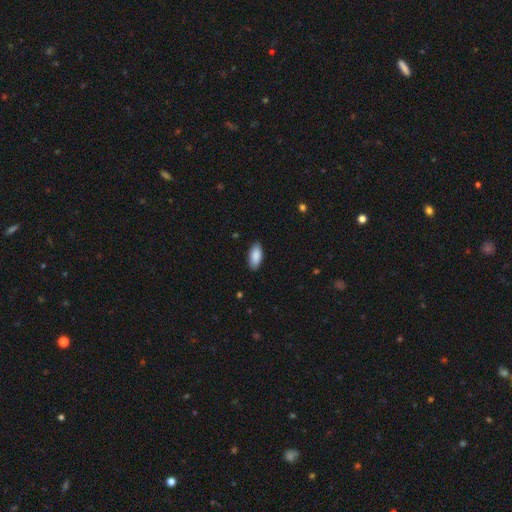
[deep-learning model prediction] Overall: smooth (89%). How rounded: in between (91%). Merging: none (88%).